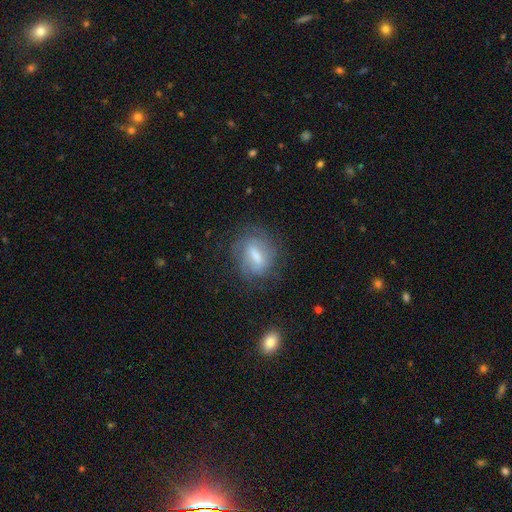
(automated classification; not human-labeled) Smooth or featured? featured or disk (55%)
Edge-on disk? no (90%)
Merging? none (65%)